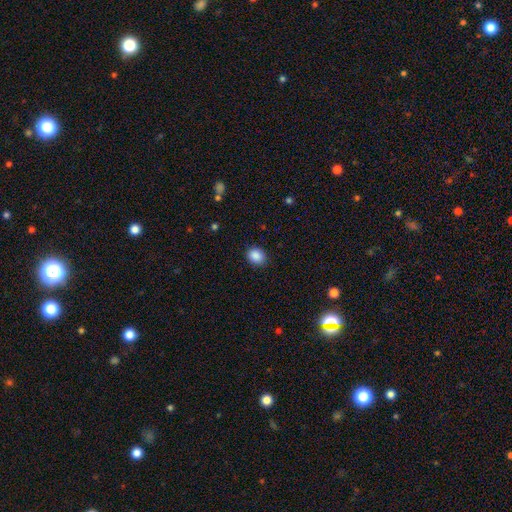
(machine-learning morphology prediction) Smooth or featured? Predicted: smooth (p=0.88). How rounded? Predicted: round (p=0.65). Merging? Predicted: none (p=0.89).